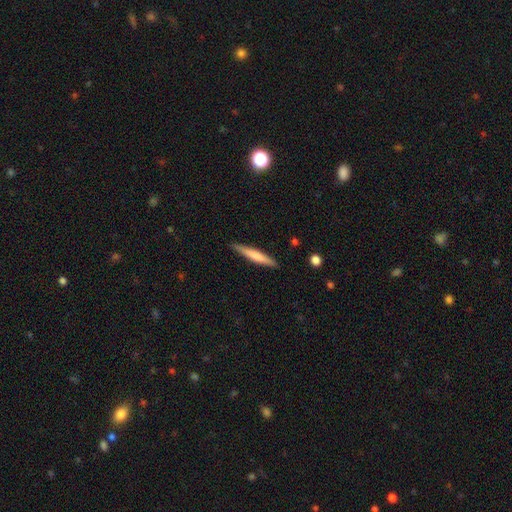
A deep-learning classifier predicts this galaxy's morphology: smooth 59%, featured or disk 36%, star or artifact 5%. Down the decision tree: how rounded — cigar-shaped (94%); merging — none (89%).